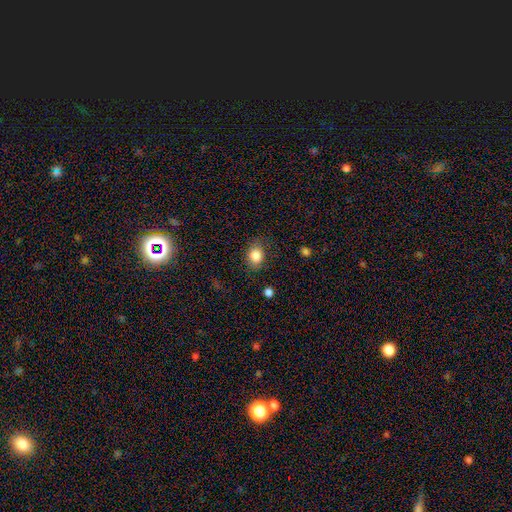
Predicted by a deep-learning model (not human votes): Morphology: type=smooth (84%); roundness=in between (51%); merging=none (78%).